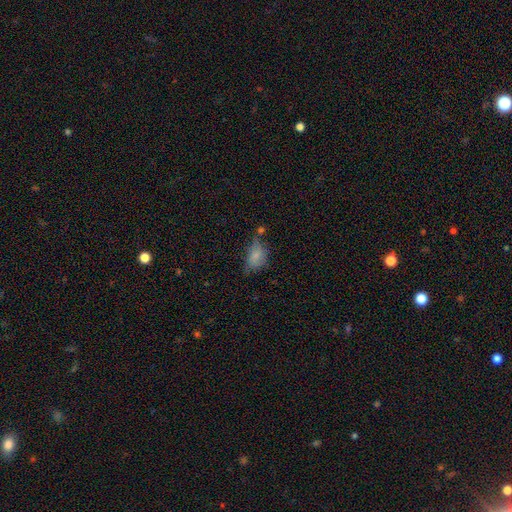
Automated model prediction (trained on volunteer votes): smooth-or-featured: smooth: 77% | featured or disk: 13% | star or artifact: 9%
  how-rounded: in between: 86% | round: 12% | cigar-shaped: 2%
  merging: none: 45% | minor disturbance: 34% | major disturbance: 12% | merger: 9%